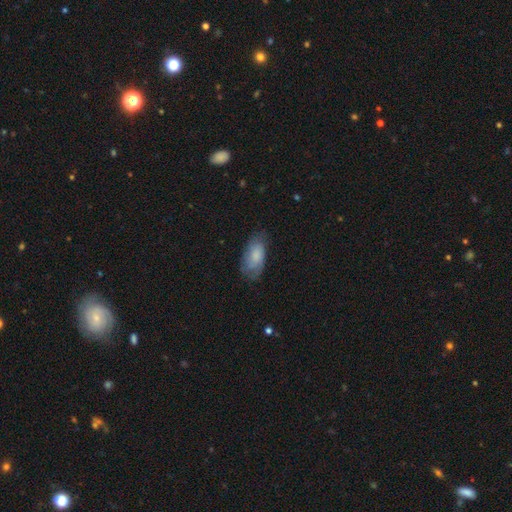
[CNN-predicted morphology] A smooth galaxy with no disk features (68%) that is in between round and cigar-shaped (92%).

Vote fractions:
- Smooth or featured? smooth: 68% / featured or disk: 25% / star or artifact: 7%
- How rounded? in between: 92% / cigar-shaped: 5% / round: 3%
- Merging? none: 65% / minor disturbance: 25% / major disturbance: 8% / merger: 1%